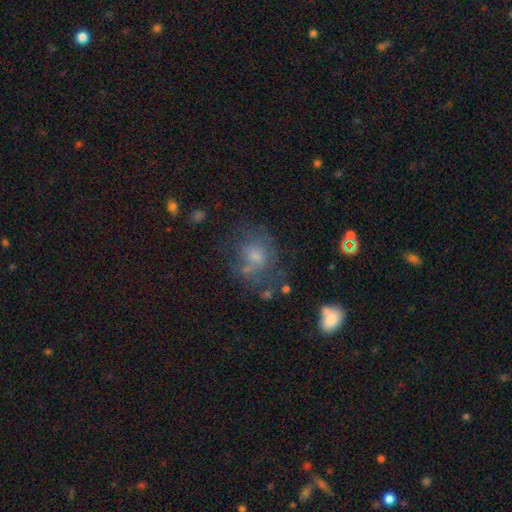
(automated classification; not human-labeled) Morphology: type=smooth (49%); merging=none (49%).